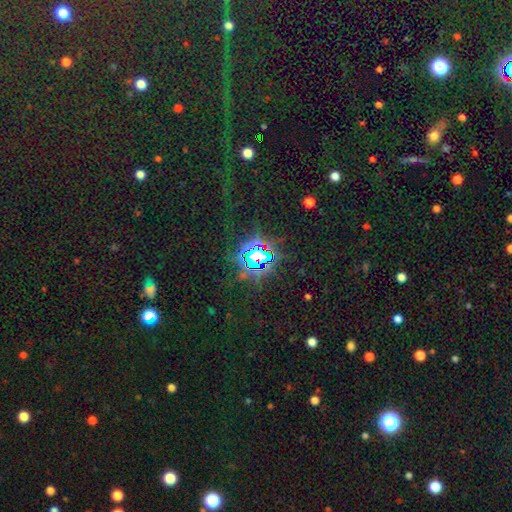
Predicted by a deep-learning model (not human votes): This is clearly a star or artifact rather than a galaxy (83%).